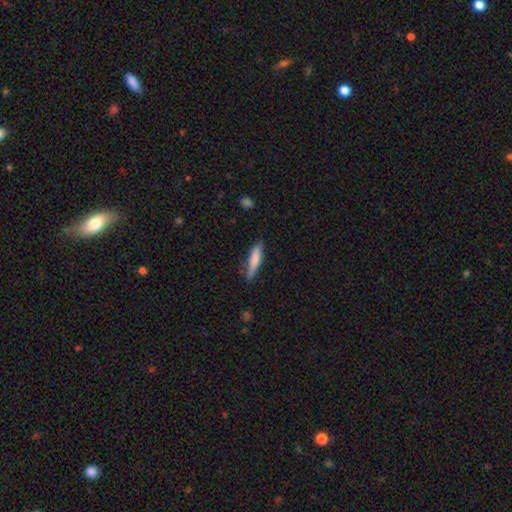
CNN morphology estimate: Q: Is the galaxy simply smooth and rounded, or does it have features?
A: smooth — 67%.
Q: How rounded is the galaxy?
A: cigar-shaped — 88%.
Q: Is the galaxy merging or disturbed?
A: none — 80%.